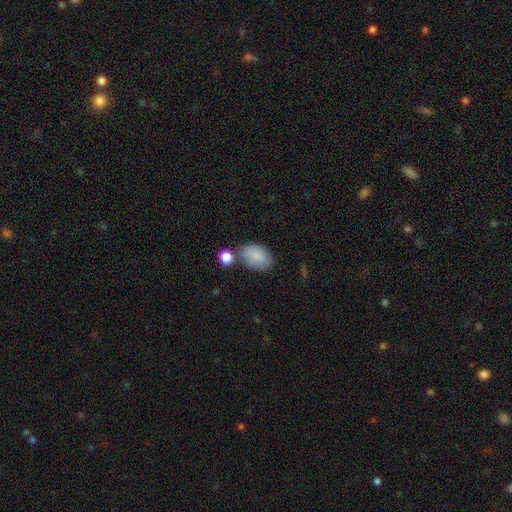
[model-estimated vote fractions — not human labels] This appears to be a smooth galaxy with no disk features (86%) that is in between round and cigar-shaped (89%). Merging: none (65%).